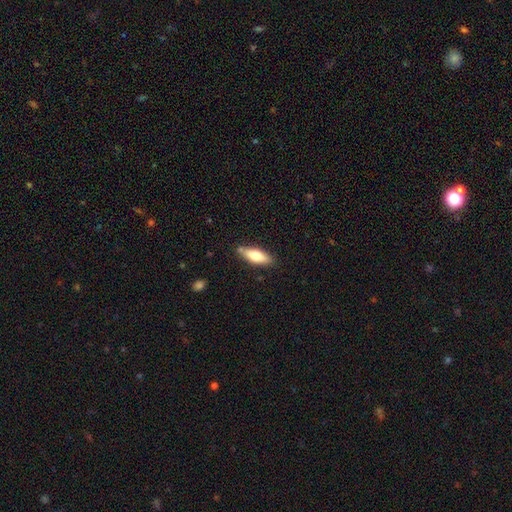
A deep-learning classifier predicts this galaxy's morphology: Smooth or featured?
  - smooth: 67% *
  - featured or disk: 27%
  - star or artifact: 6%
How rounded?
  - in between: 58% *
  - cigar-shaped: 40%
  - round: 2%
Merging?
  - none: 81% *
  - minor disturbance: 14%
  - merger: 3%
  - major disturbance: 3%